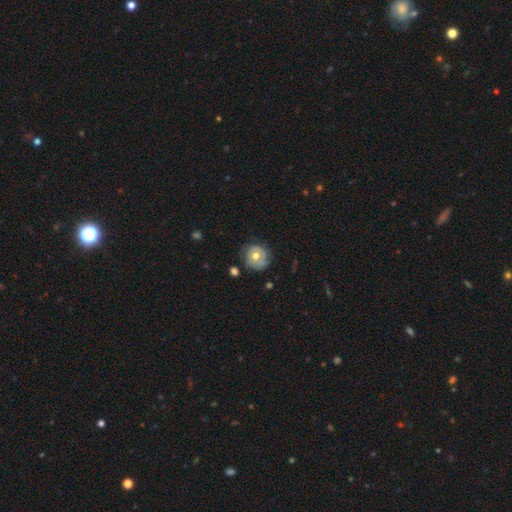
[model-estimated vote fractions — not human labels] Smooth or featured? smooth (51%)
How rounded? round (87%)
Merging? none (66%)